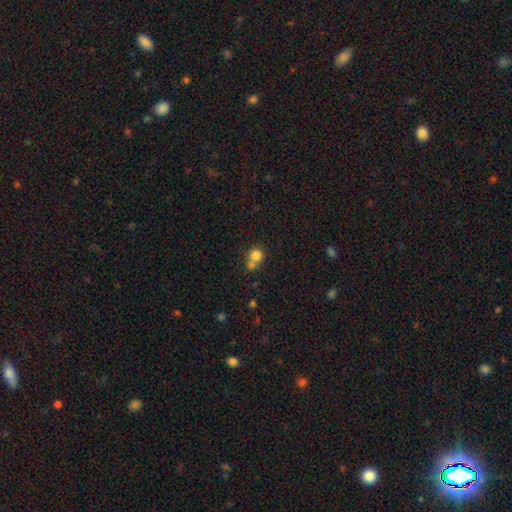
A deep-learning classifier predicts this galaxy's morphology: Smooth or featured: smooth — 78% (star or artifact — 12%)
How rounded: round — 85% (in between — 14%)
Merging: merger — 50% (none — 40%)